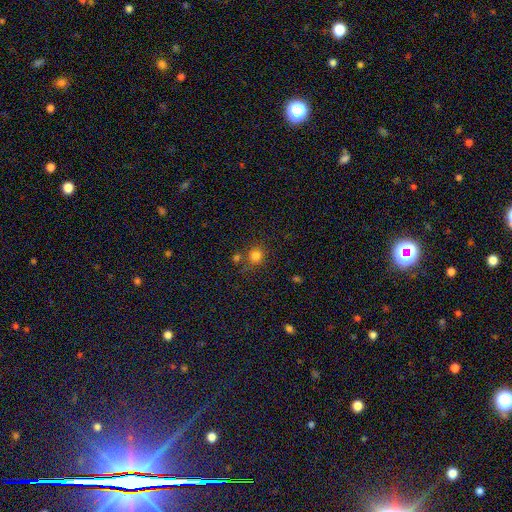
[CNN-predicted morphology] type=smooth (80%); roundness=round (87%); merging=none (71%).